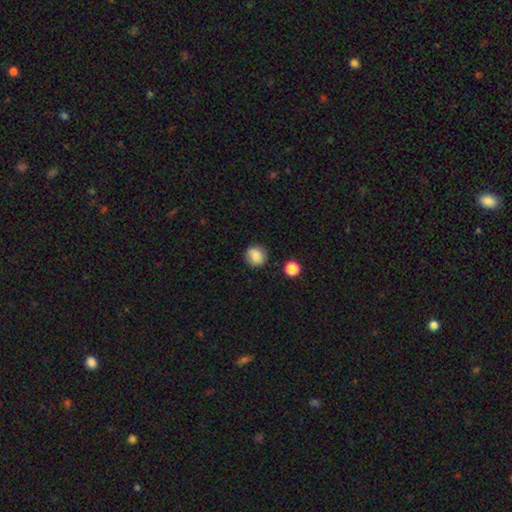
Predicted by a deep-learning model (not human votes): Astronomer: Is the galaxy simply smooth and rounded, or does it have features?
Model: smooth — 83%.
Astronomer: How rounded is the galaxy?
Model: round — 87%.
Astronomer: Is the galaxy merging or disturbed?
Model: none — 85%.